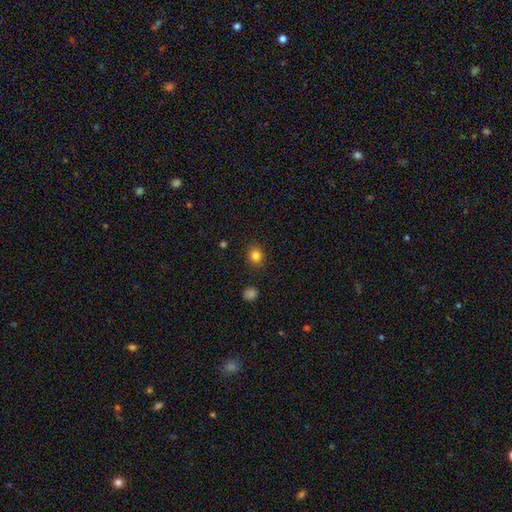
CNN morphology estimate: Q: Smooth or featured?
A: smooth (83%); runner-up: star or artifact (12%)
Q: How rounded?
A: round (72%); runner-up: in between (28%)
Q: Merging?
A: none (88%); runner-up: minor disturbance (8%)